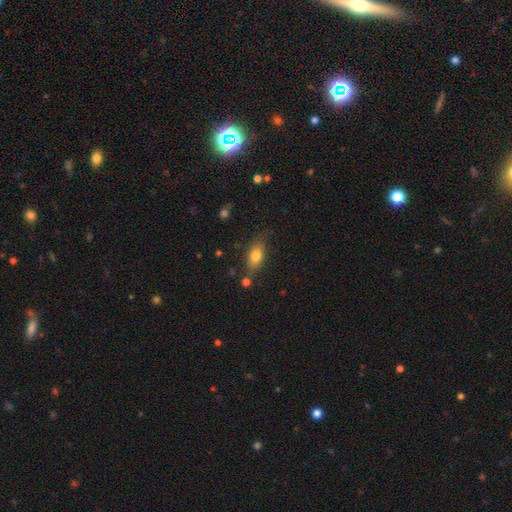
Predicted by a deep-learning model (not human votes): This is likely a smooth galaxy (76%). How rounded: clearly in between (81%). Merging: likely none (70%).